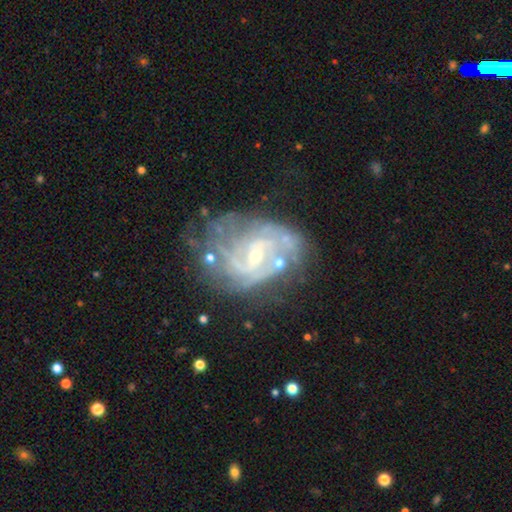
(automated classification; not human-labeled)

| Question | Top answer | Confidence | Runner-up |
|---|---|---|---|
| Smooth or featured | featured or disk | 85% | smooth (7%) |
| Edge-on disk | no | 97% | yes (3%) |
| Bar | weak | 45% | no (43%) |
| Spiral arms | yes | 91% | no (9%) |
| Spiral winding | tight | 45% | medium (41%) |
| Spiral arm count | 2 | 38% | can't tell (32%) |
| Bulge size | small | 73% | moderate (22%) |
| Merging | none | 52% | minor disturbance (24%) |